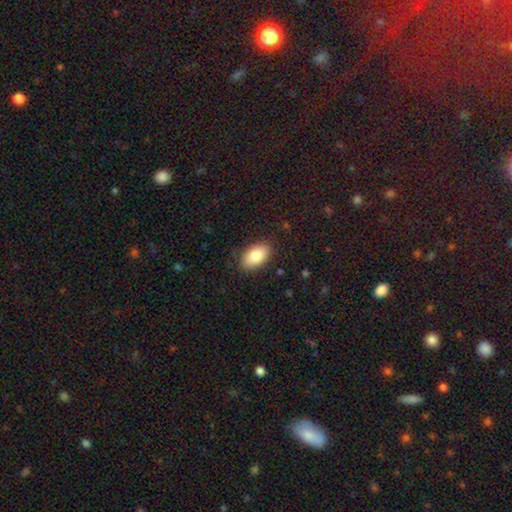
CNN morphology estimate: The model was most divided on "smooth or featured": smooth: 84%, featured or disk: 9%, star or artifact: 7%. More confident: how rounded — in between (94%); merging — none (85%).